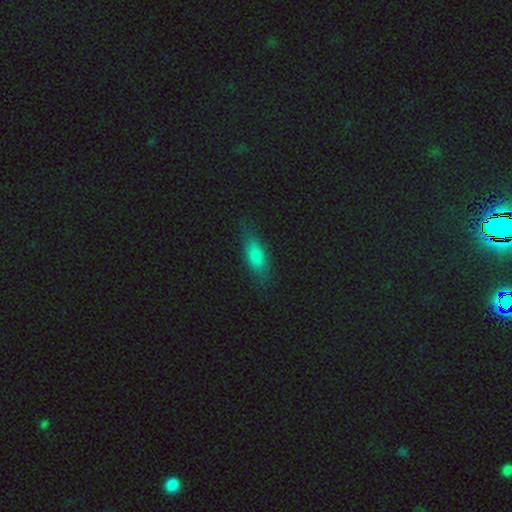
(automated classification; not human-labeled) Overall: smooth (79%). How rounded: in between (66%; cigar-shaped 31%). Merging: none (77%).